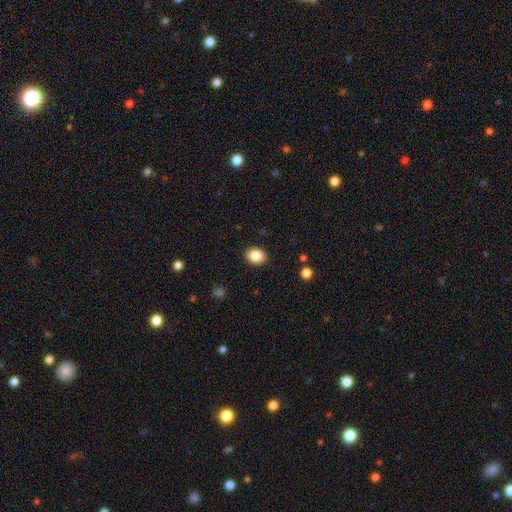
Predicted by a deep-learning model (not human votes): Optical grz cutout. It shows a smooth galaxy with no disk features (86%) that is in between round and cigar-shaped (63%). Merging: none (90%).